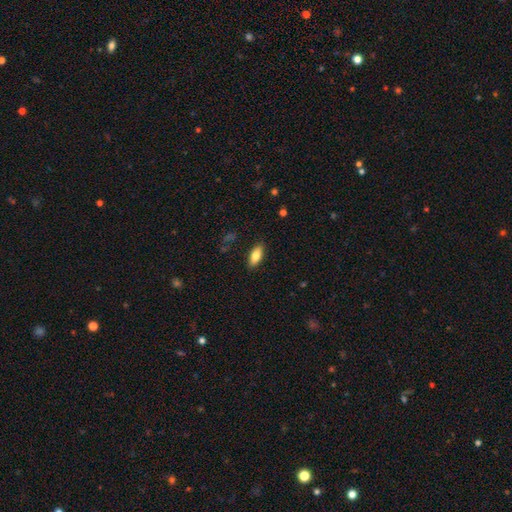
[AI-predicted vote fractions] smooth_or_featured: smooth (p=0.79) [alt: featured or disk p=0.14]
how_rounded: in between (p=0.81) [alt: cigar-shaped p=0.17]
merging: none (p=0.87) [alt: minor disturbance p=0.09]